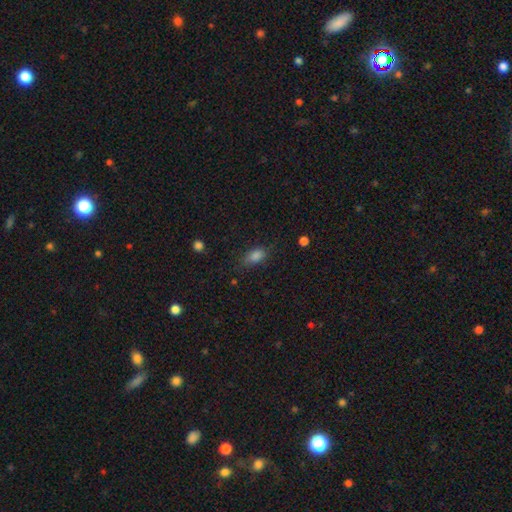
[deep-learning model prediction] This is clearly a smooth galaxy (83%). How rounded: clearly in between (85%). Merging: likely none (71%).